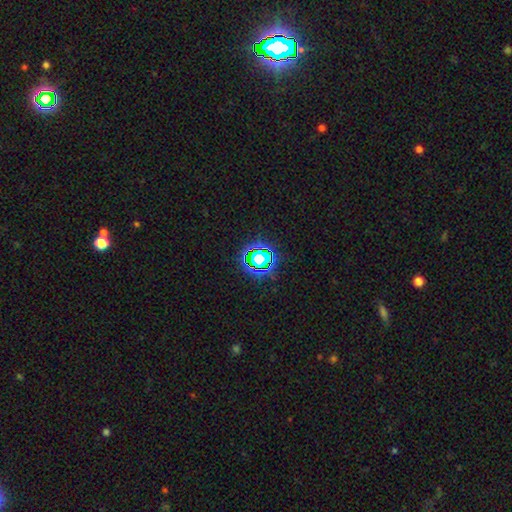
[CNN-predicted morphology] This appears to be a star or artifact, not a galaxy (66%).